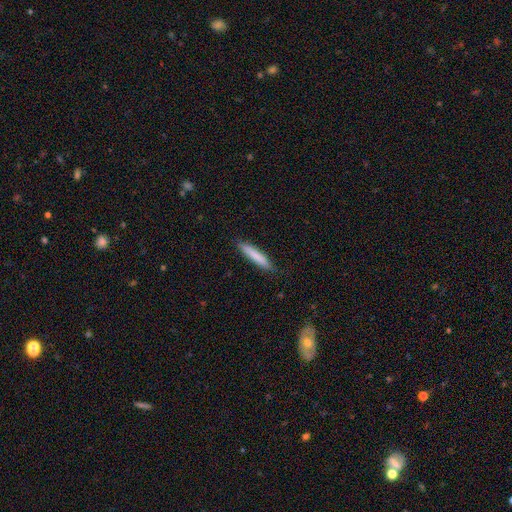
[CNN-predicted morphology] Overall: smooth (78%). How rounded: cigar-shaped (92%). Merging: none (88%).